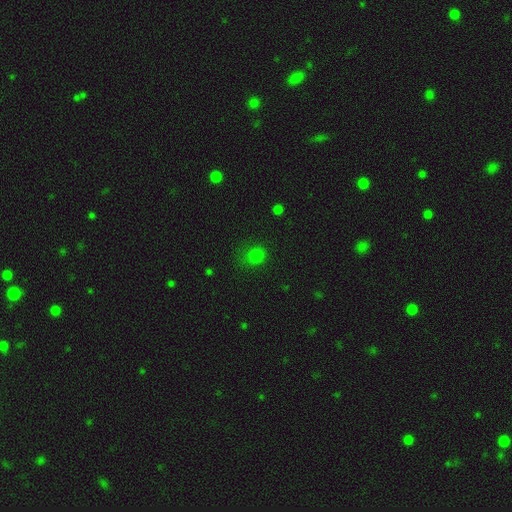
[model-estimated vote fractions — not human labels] This is likely a smooth galaxy (77%). How rounded: likely round (75%). Merging: likely none (77%).